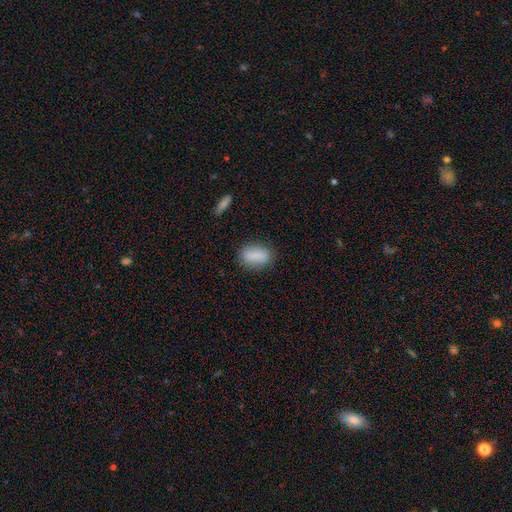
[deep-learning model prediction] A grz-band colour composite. It shows a smooth galaxy with no disk features (84%) that is in between round and cigar-shaped (82%). Merging: none (81%).